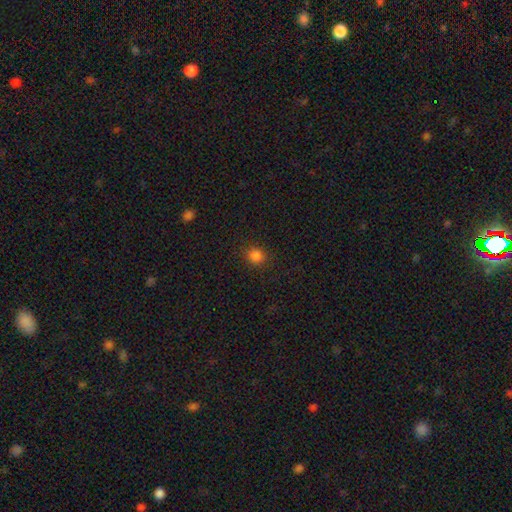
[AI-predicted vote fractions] Overall: smooth (83%). How rounded: round (83%). Merging: none (88%).